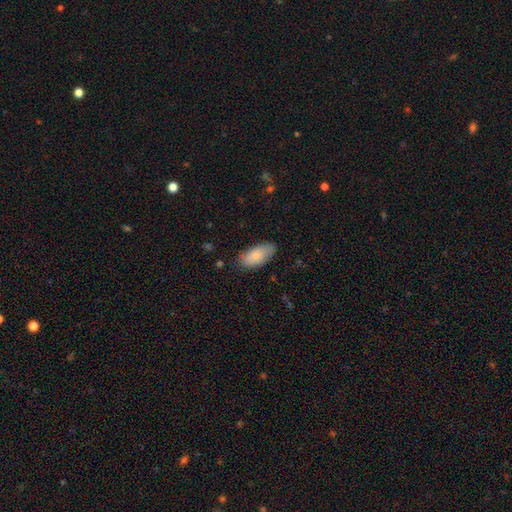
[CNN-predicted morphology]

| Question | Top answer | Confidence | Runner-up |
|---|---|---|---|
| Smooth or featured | smooth | 82% | featured or disk (12%) |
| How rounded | in between | 92% | cigar-shaped (6%) |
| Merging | none | 79% | minor disturbance (16%) |